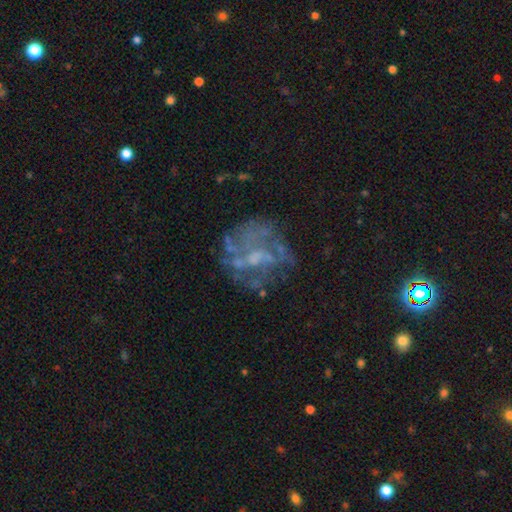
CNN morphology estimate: Smooth or featured? Predicted: featured or disk (p=0.71). Edge-on disk? Predicted: no (p=0.98). Bar? Predicted: no (p=0.71). Spiral arms? Predicted: no (p=0.64). Bulge size? Predicted: none (p=0.37). Merging? Predicted: none (p=0.57).